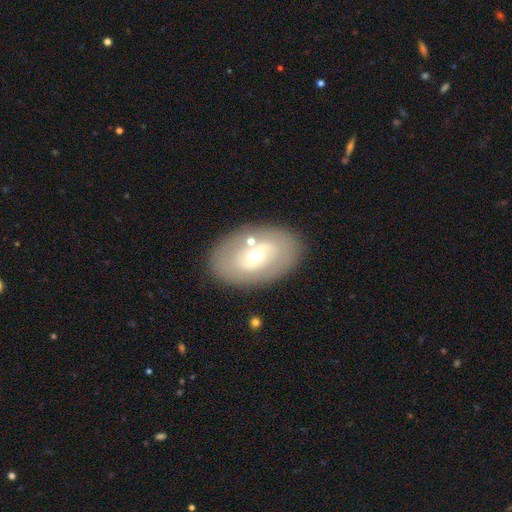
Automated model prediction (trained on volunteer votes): This is possibly a featured or disk galaxy (56%). It is clearly not viewed edge-on (91%). Bar: likely no (60%). Spiral arm pattern: likely no (76%). Central bulge: possibly small (48%). Merging: clearly none (80%).